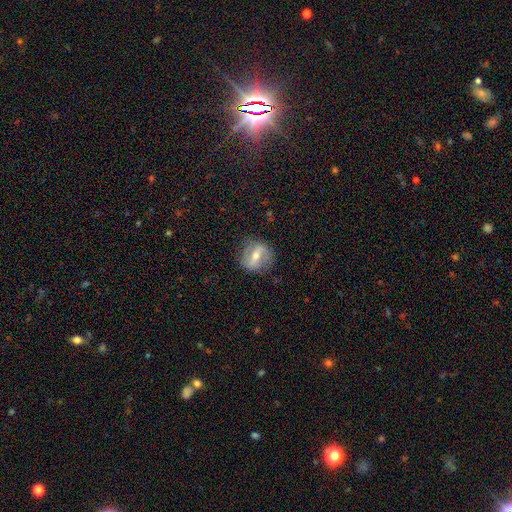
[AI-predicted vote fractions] A featured or disk galaxy (65%) with a strong bar (62%), spiral arms (52%) and a moderate central bulge (62%).

Vote fractions:
- Smooth or featured? featured or disk: 65% / smooth: 28% / star or artifact: 7%
- Edge-on disk? no: 88% / yes: 12%
- Bar? strong: 62% / weak: 27% / no: 10%
- Spiral arms? yes: 52% / no: 48%
- Bulge size? moderate: 62% / small: 30% / large: 5% / none: 2% / dominant: 1%
- Merging? none: 77% / minor disturbance: 15% / major disturbance: 6% / merger: 1%